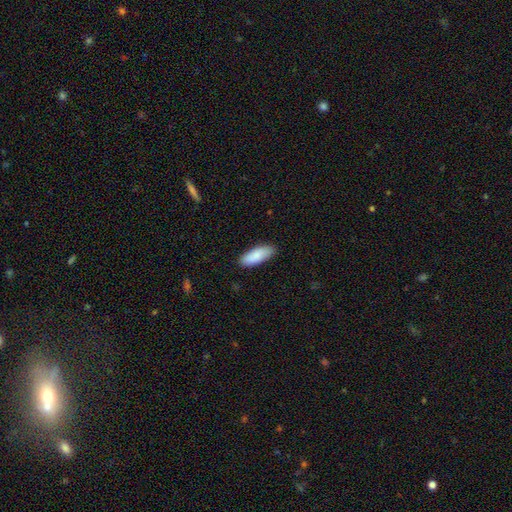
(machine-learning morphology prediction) smooth-or-featured: smooth: 88% | featured or disk: 7% | star or artifact: 5%
  how-rounded: in between: 75% | cigar-shaped: 24% | round: 2%
  merging: none: 88% | minor disturbance: 10% | major disturbance: 2% | merger: 1%